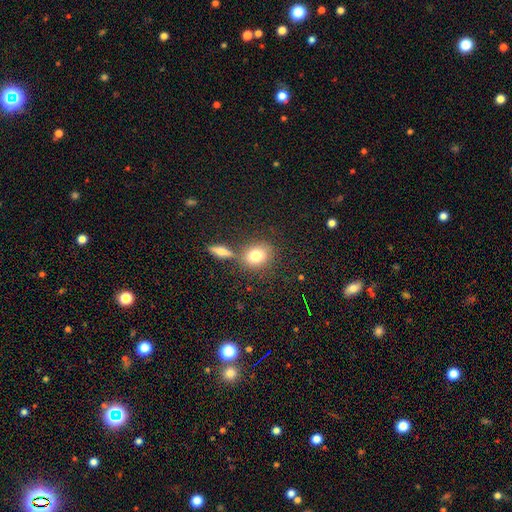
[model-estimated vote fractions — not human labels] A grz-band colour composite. It shows a smooth galaxy with no disk features (79%) that is round (59%). Merging: none (66%).